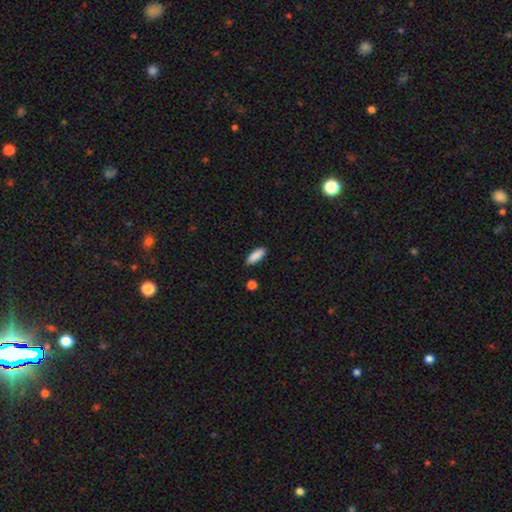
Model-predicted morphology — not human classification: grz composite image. It shows a smooth galaxy with no disk features (89%) that is in between round and cigar-shaped (69%). Merging: none (84%).